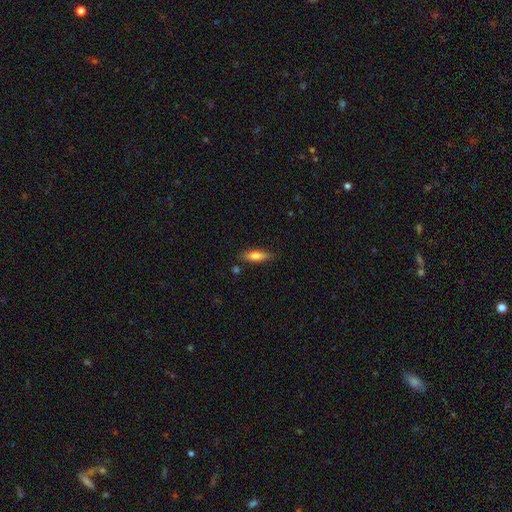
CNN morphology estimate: Q: Smooth or featured?
A: smooth (70%); runner-up: featured or disk (23%)
Q: How rounded?
A: cigar-shaped (56%); runner-up: in between (42%)
Q: Merging?
A: none (83%); runner-up: minor disturbance (12%)